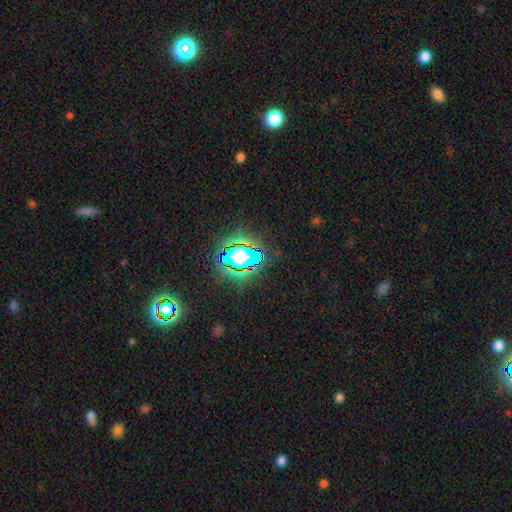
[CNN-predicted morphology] type=star or artifact (76%).